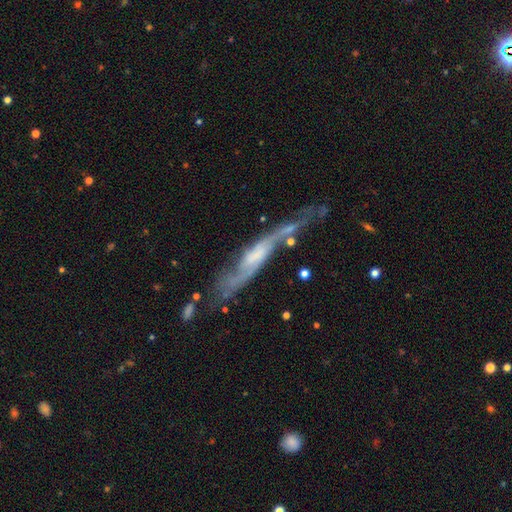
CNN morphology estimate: A featured or disk galaxy (79%).

Vote fractions:
- Smooth or featured? featured or disk: 79% / smooth: 14% / star or artifact: 7%
- Edge-on disk? no: 61% / yes: 39%
- Merging? none: 49% / minor disturbance: 24% / major disturbance: 17% / merger: 11%